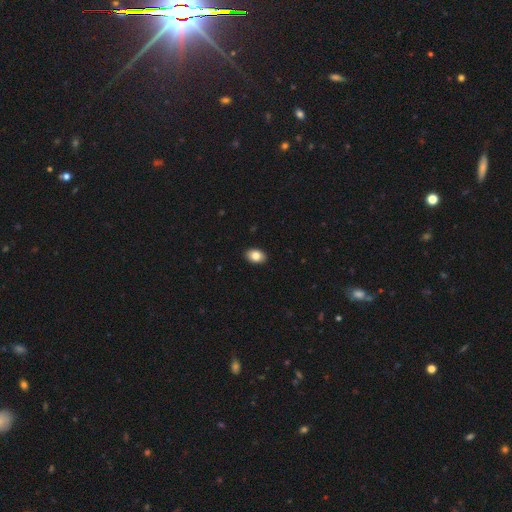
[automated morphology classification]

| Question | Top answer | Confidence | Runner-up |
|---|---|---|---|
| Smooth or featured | smooth | 84% | star or artifact (8%) |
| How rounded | in between | 83% | round (16%) |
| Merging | none | 91% | minor disturbance (7%) |